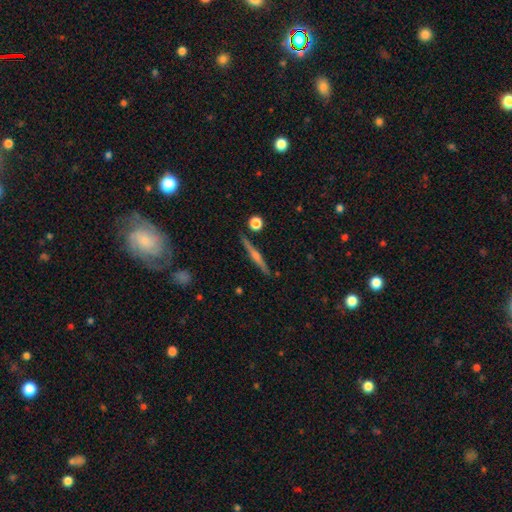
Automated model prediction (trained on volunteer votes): Q: Smooth or featured?
A: featured or disk (73%); runner-up: smooth (20%)
Q: Edge-on disk?
A: yes (98%); runner-up: no (2%)
Q: Edge-on bulge?
A: rounded (79%); runner-up: none (12%)
Q: Merging?
A: none (91%); runner-up: minor disturbance (6%)